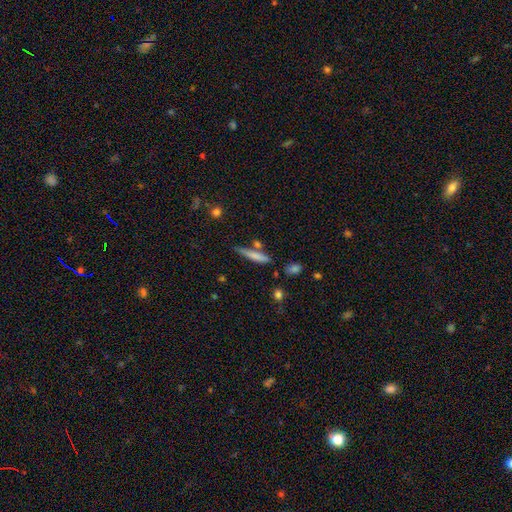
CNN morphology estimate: This appears to be a smooth galaxy with no disk features (71%) that is cigar-shaped (87%). Merging: none (64%).